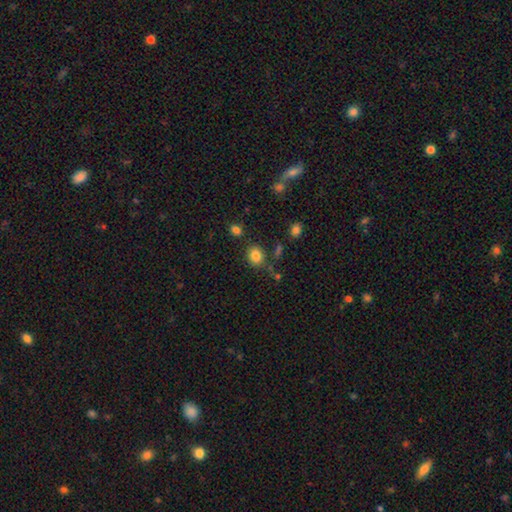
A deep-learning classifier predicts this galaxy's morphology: The model was most divided on "how rounded": round: 55%, in between: 44%, cigar-shaped: 1%. More confident: smooth or featured — smooth (84%); merging — none (77%).